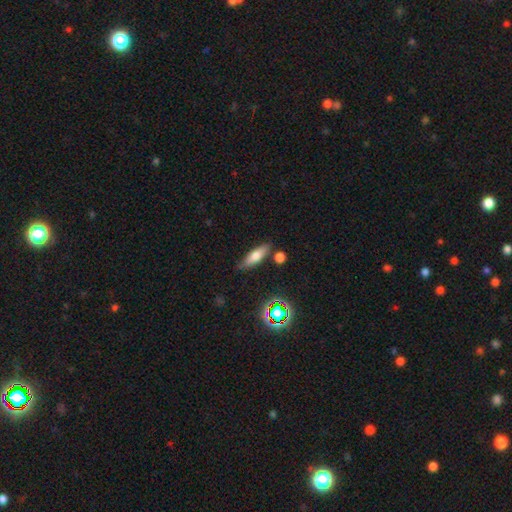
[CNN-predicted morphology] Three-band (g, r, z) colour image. It shows a smooth galaxy with no disk features (63%) that is cigar-shaped (52%). Merging: none (77%).